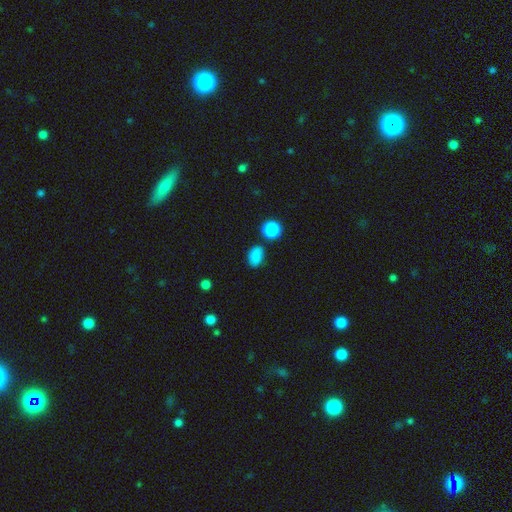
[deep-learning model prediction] Smooth or featured: smooth — 84% (star or artifact — 12%)
How rounded: in between — 77% (round — 21%)
Merging: none — 74% (minor disturbance — 16%)